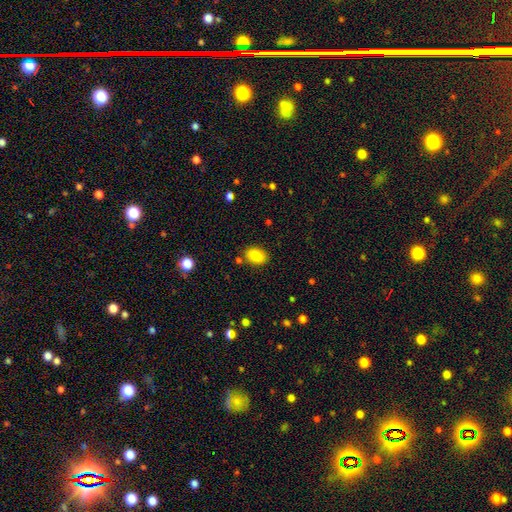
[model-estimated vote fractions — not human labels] Morphology: type=smooth (85%); roundness=in between (83%); merging=none (84%).